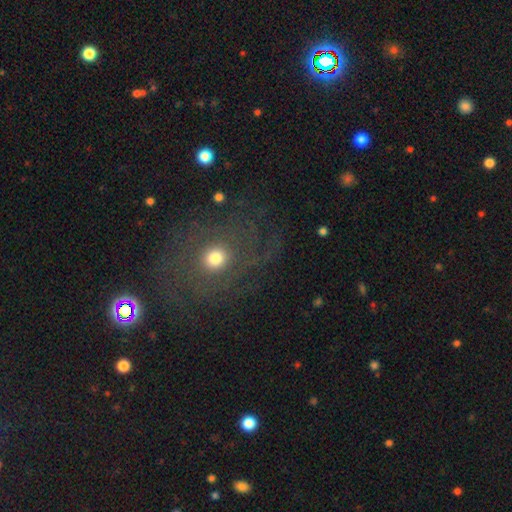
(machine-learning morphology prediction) Smooth or featured? featured or disk (34%)
Merging? none (75%)